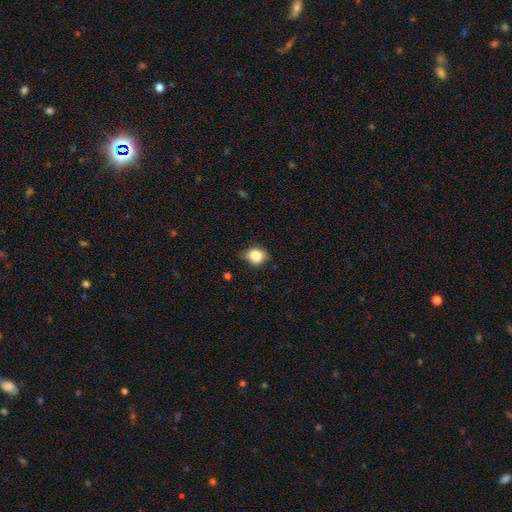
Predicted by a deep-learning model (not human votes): Overall: smooth (83%). How rounded: round (63%; in between 36%). Merging: none (64%; minor disturbance 29%).